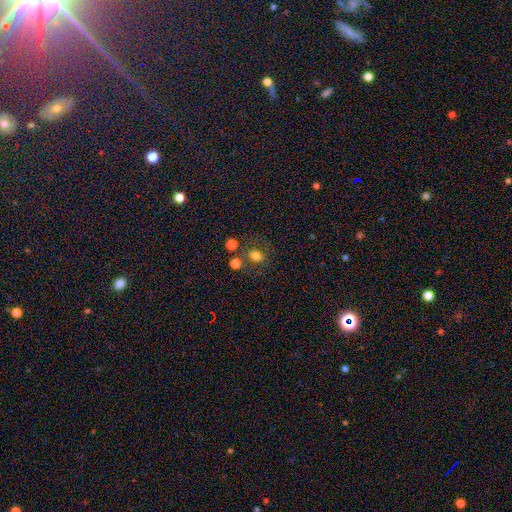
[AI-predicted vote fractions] smooth_or_featured: smooth (p=0.76) [alt: star or artifact p=0.14]
how_rounded: round (p=0.55) [alt: in between p=0.44]
merging: none (p=0.67) [alt: minor disturbance p=0.13]